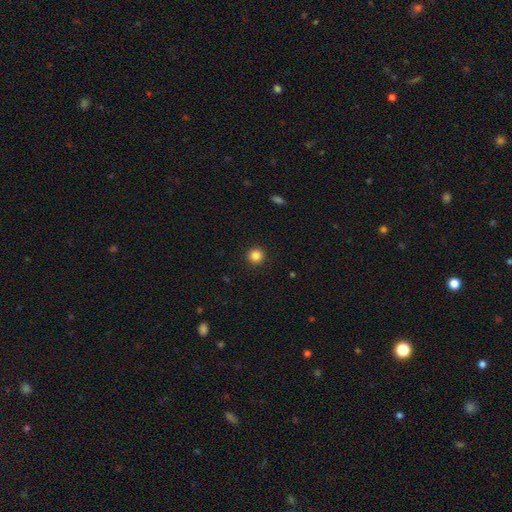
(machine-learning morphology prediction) Smooth or featured? Predicted: smooth (p=0.85). How rounded? Predicted: round (p=0.95). Merging? Predicted: none (p=0.93).